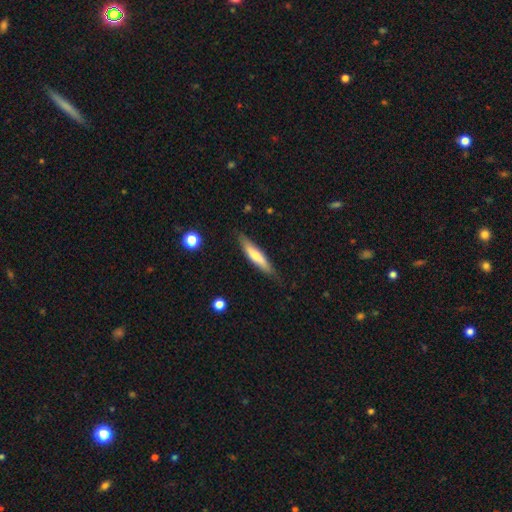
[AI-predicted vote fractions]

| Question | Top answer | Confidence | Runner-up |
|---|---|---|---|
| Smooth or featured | smooth | 63% | featured or disk (32%) |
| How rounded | cigar-shaped | 84% | in between (15%) |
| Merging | none | 81% | minor disturbance (15%) |